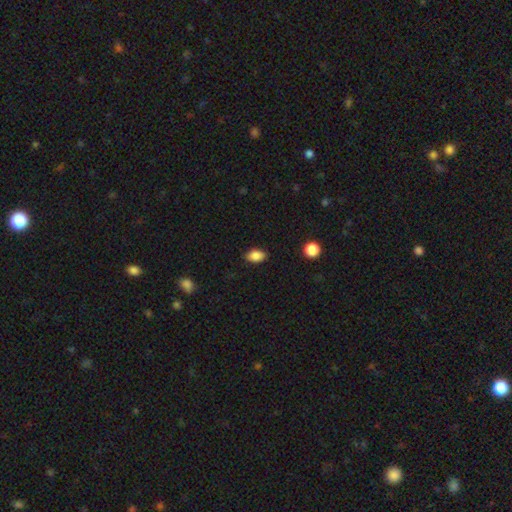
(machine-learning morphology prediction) Q: Smooth or featured?
A: smooth (86%); runner-up: star or artifact (9%)
Q: How rounded?
A: in between (85%); runner-up: round (14%)
Q: Merging?
A: none (85%); runner-up: minor disturbance (11%)